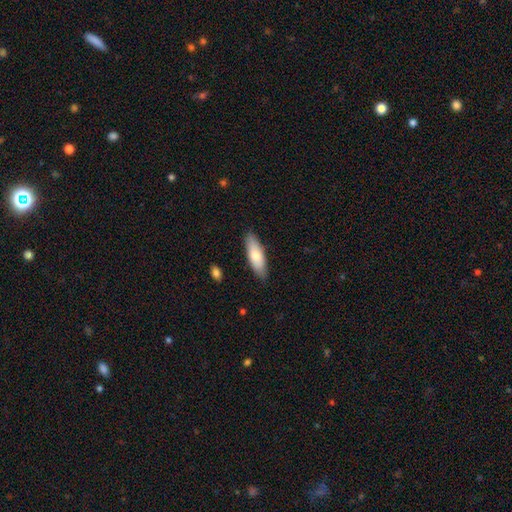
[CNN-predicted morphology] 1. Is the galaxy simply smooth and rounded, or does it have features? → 76% smooth, 19% featured or disk, 5% star or artifact.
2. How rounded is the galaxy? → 55% in between, 43% cigar-shaped, 2% round.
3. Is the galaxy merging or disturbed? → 86% none, 11% minor disturbance, 2% major disturbance, 1% merger.